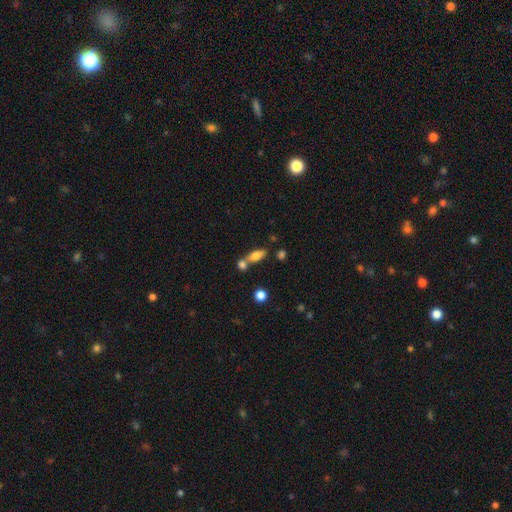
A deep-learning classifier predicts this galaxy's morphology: type=smooth (73%); roundness=in between (74%); merging=none (44%).